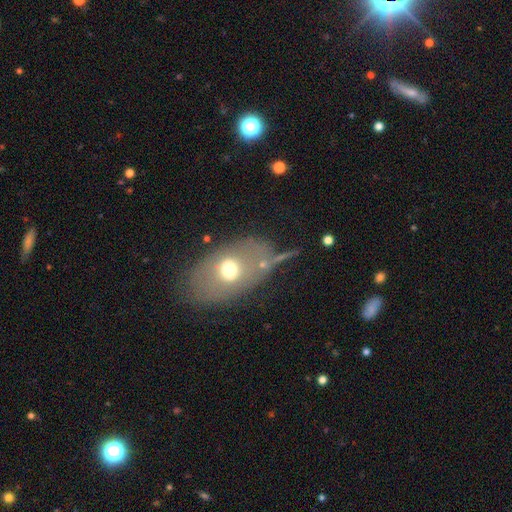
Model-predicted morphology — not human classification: Smooth or featured? Predicted: smooth (p=0.50). How rounded? Predicted: in between (p=0.81). Merging? Predicted: none (p=0.56).